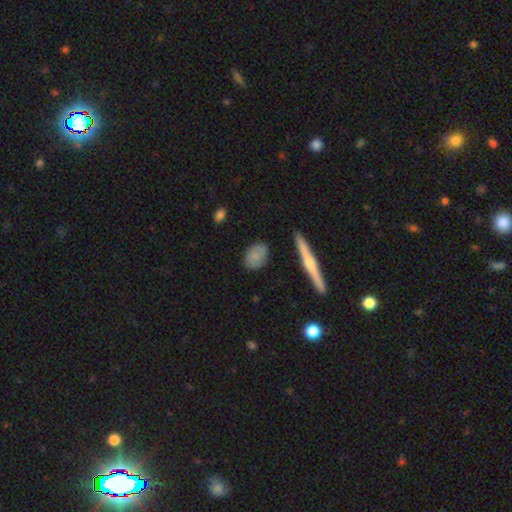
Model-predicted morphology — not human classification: The model was most divided on "how rounded": in between: 75%, round: 22%, cigar-shaped: 4%. More confident: merging — none (82%); smooth or featured — smooth (76%).